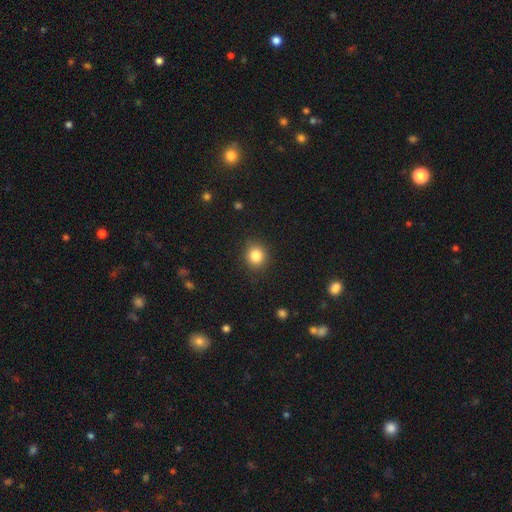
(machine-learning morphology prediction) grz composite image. It shows a smooth galaxy with no disk features (84%) that is round (84%). Merging: none (88%).